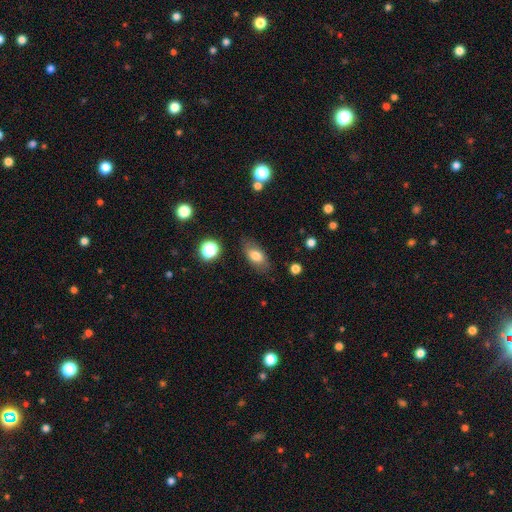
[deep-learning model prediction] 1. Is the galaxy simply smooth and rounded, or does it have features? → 76% smooth, 15% featured or disk, 9% star or artifact.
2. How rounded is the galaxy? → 84% in between, 9% cigar-shaped, 7% round.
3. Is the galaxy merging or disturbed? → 80% none, 14% minor disturbance, 4% major disturbance, 2% merger.